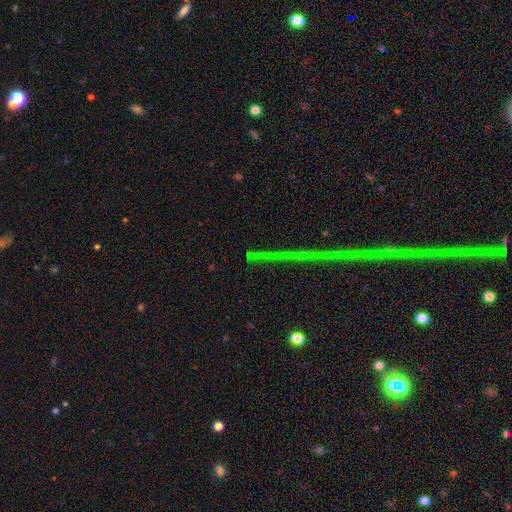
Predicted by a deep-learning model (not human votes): smooth-or-featured: star or artifact: 77% | featured or disk: 12% | smooth: 11%